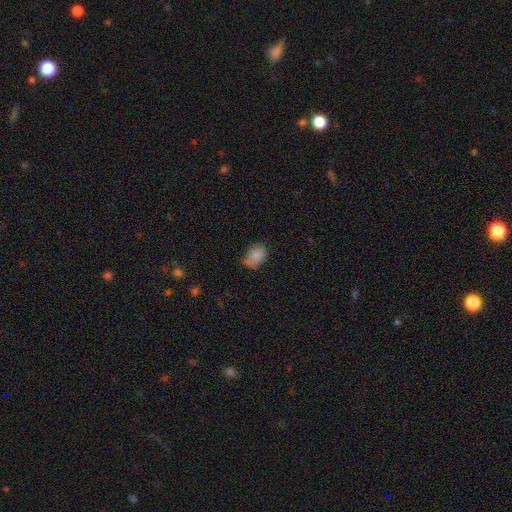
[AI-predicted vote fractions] Smooth or featured? smooth (84%)
How rounded? in between (71%)
Merging? none (51%)